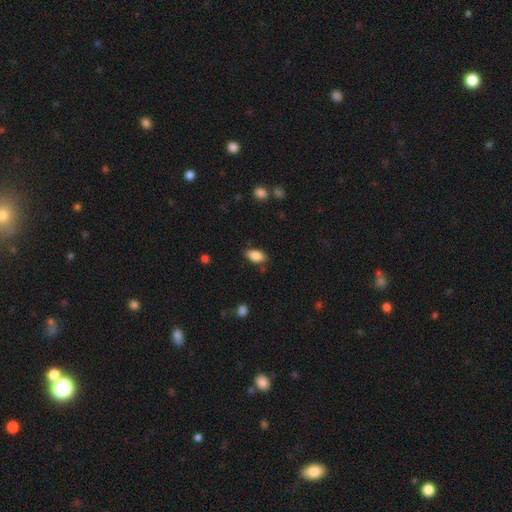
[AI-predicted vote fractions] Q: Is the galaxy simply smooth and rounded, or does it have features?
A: smooth — 87%.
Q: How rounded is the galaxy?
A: in between — 92%.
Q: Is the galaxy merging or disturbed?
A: none — 80%.